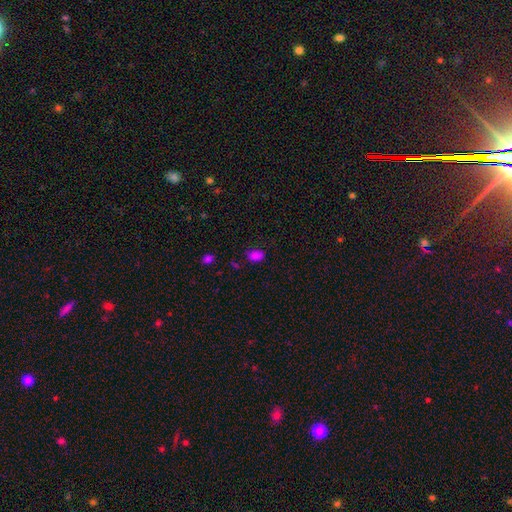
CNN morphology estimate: Smooth or featured?
  - smooth: 80% *
  - star or artifact: 15%
  - featured or disk: 5%
How rounded?
  - in between: 84% *
  - round: 15%
  - cigar-shaped: 1%
Merging?
  - none: 71% *
  - minor disturbance: 21%
  - major disturbance: 5%
  - merger: 3%